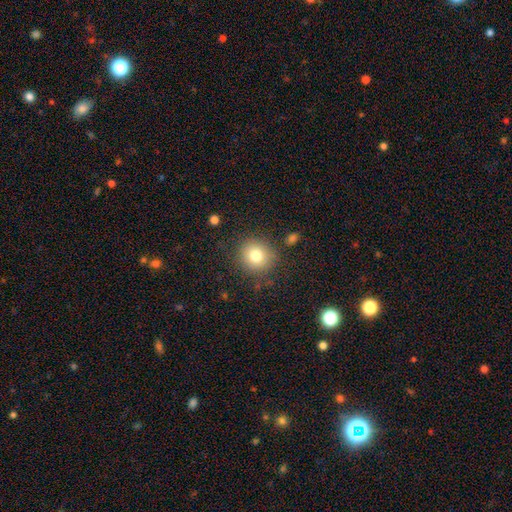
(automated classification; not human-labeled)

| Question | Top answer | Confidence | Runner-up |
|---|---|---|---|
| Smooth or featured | smooth | 78% | star or artifact (11%) |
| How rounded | round | 90% | in between (9%) |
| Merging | none | 85% | minor disturbance (9%) |